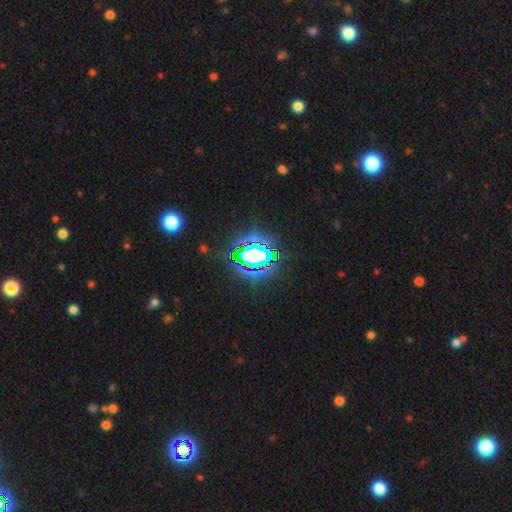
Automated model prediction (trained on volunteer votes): This is likely a star or artifact rather than a galaxy (70%).